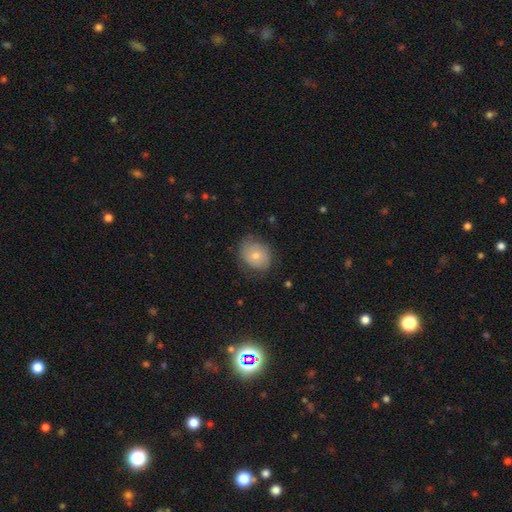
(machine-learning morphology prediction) type=smooth (71%); roundness=round (57%); merging=none (68%).